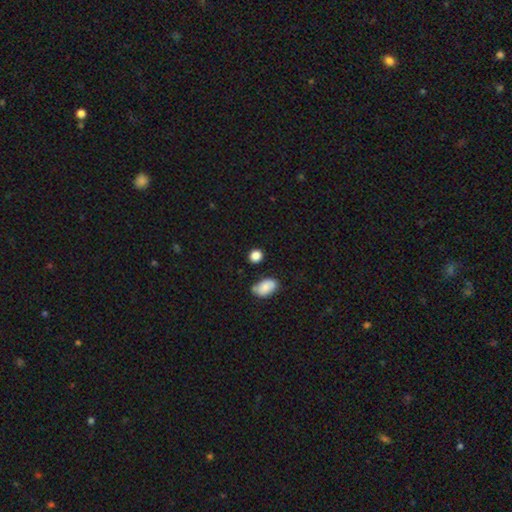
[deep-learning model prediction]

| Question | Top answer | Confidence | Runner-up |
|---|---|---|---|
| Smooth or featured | smooth | 85% | star or artifact (10%) |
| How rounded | round | 74% | in between (24%) |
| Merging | none | 79% | minor disturbance (12%) |